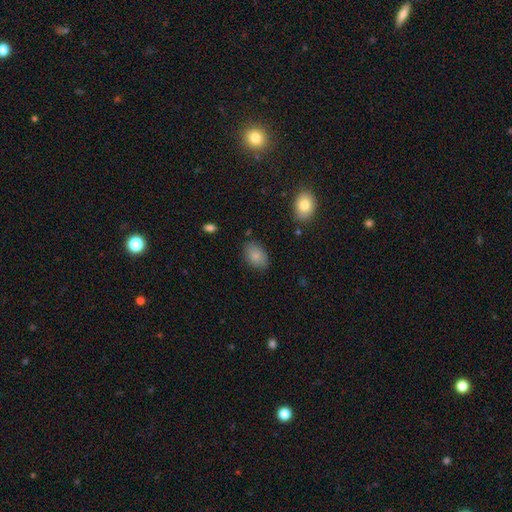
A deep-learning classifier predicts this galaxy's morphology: Q: Smooth or featured?
A: smooth (83%); runner-up: star or artifact (9%)
Q: How rounded?
A: in between (85%); runner-up: round (13%)
Q: Merging?
A: none (81%); runner-up: minor disturbance (14%)